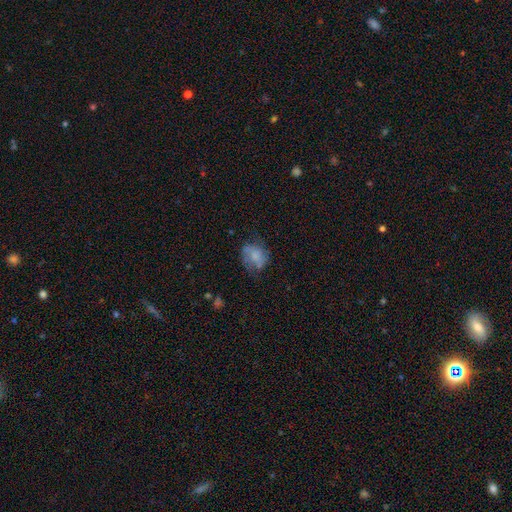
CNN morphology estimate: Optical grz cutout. It shows a smooth galaxy with no disk features (58%) that is round (52%). Merging: none (49%).